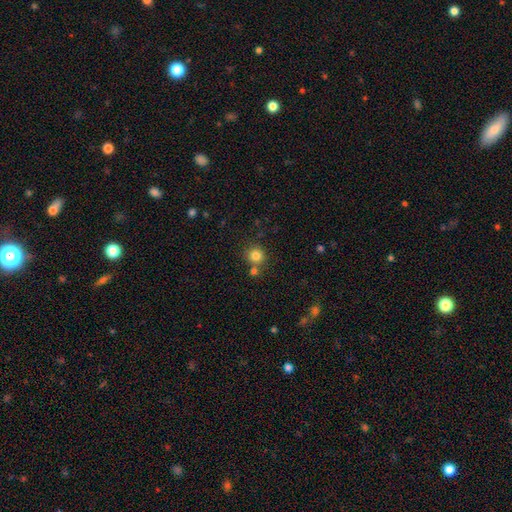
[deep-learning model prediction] Smooth or featured: smooth — 82% (star or artifact — 12%)
How rounded: round — 92% (in between — 7%)
Merging: none — 70% (merger — 19%)